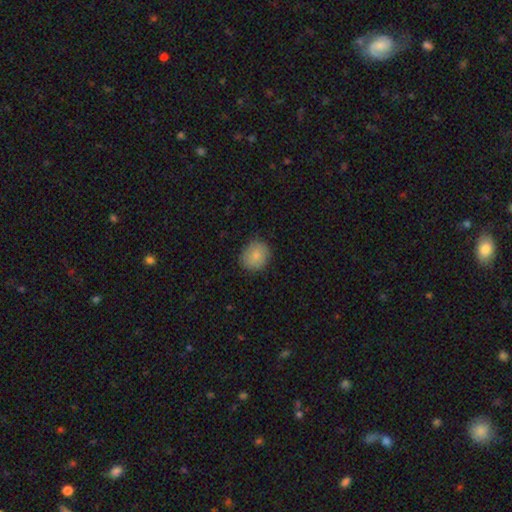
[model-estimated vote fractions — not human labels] This appears to be a smooth galaxy with no disk features (83%) that is round (72%). Merging: none (81%).